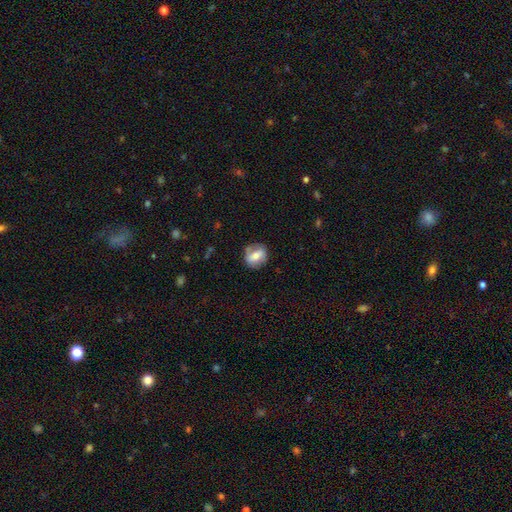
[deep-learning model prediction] smooth 50%, featured or disk 42%, star or artifact 8%. Down the decision tree: merging — none (73%).